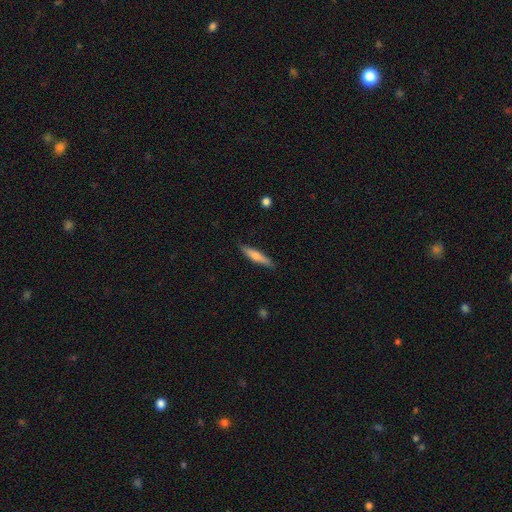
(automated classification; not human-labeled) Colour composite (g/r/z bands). It shows a smooth galaxy with no disk features (55%) that is cigar-shaped (86%). Merging: none (88%).